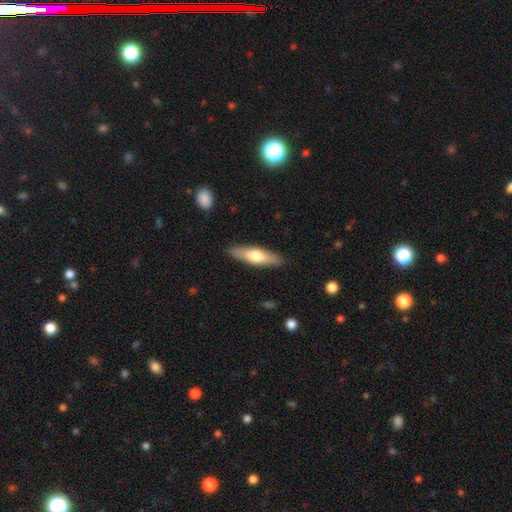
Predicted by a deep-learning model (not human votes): Smooth or featured?
  - smooth: 59% *
  - featured or disk: 36%
  - star or artifact: 5%
How rounded?
  - cigar-shaped: 62% *
  - in between: 36%
  - round: 2%
Merging?
  - none: 89% *
  - minor disturbance: 8%
  - major disturbance: 2%
  - merger: 1%